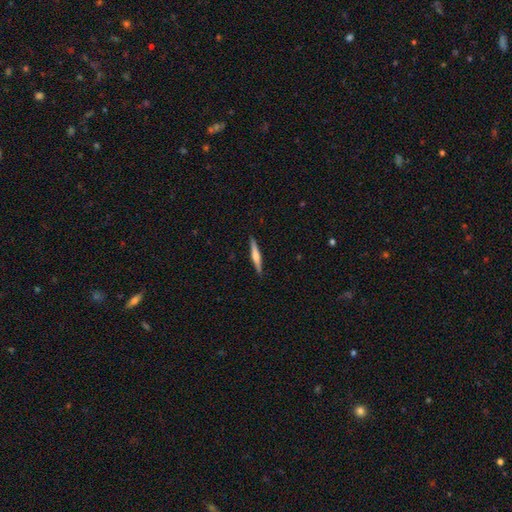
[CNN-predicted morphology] featured or disk 50%, smooth 45%, star or artifact 5%. Down the decision tree: merging — none (91%).